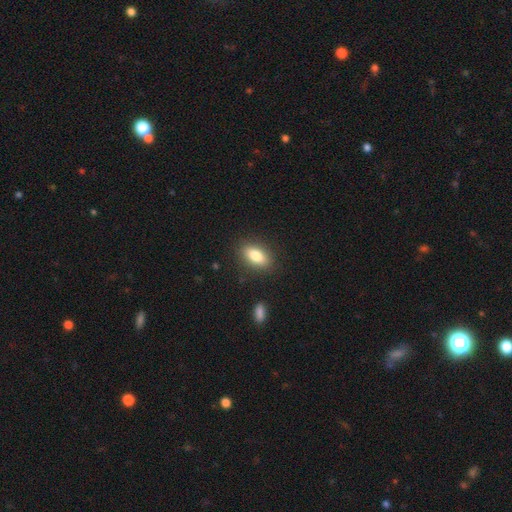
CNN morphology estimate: A smooth galaxy with no disk features (81%) that is in between round and cigar-shaped (86%). Merging: none (87%).